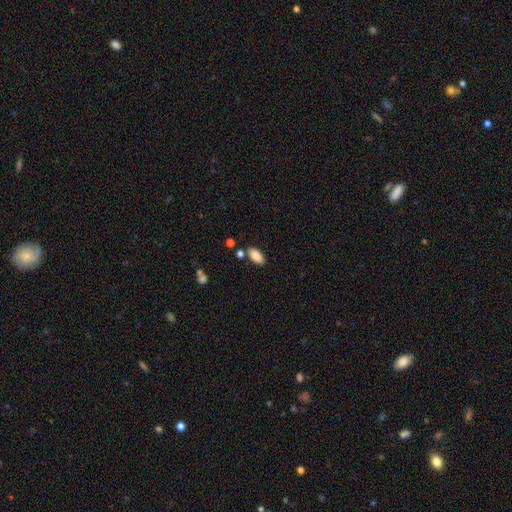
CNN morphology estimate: A smooth galaxy with no disk features (88%) that is in between round and cigar-shaped (93%). Merging: none (77%).